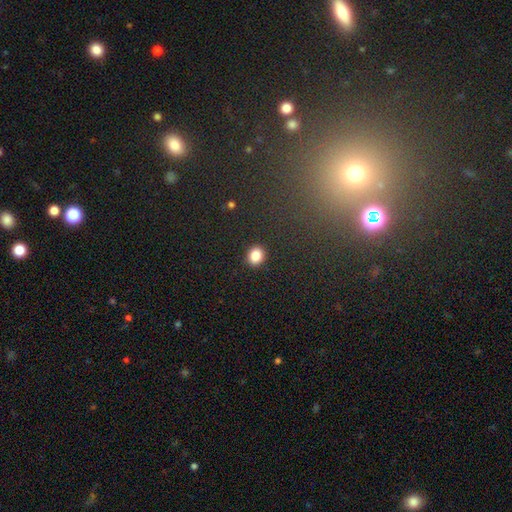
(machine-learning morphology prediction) A smooth galaxy with no disk features (85%) that is round (70%). Merging: none (91%).